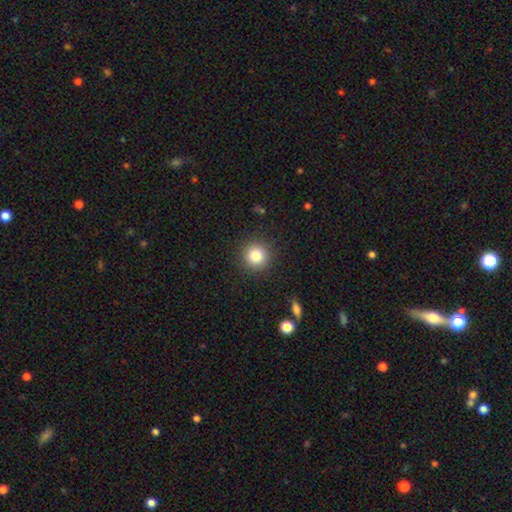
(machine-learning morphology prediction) The model was most divided on "smooth or featured": smooth: 82%, star or artifact: 11%, featured or disk: 7%. More confident: how rounded — round (95%); merging — none (91%).